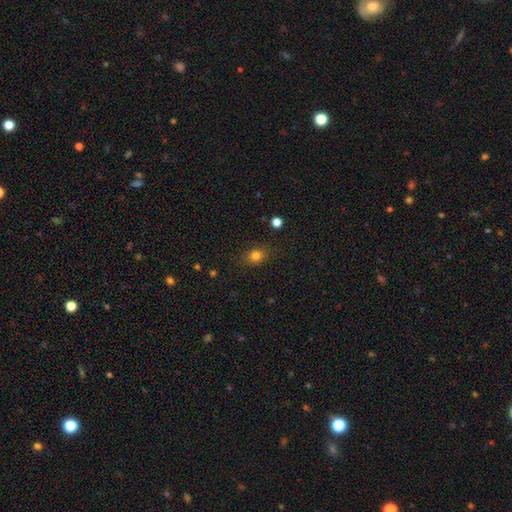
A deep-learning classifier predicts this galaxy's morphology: A smooth galaxy with no disk features (80%) that is round (51%).

Vote fractions:
- Smooth or featured? smooth: 80% / star or artifact: 13% / featured or disk: 7%
- How rounded? round: 51% / in between: 48% / cigar-shaped: 2%
- Merging? none: 83% / minor disturbance: 12% / major disturbance: 3% / merger: 1%